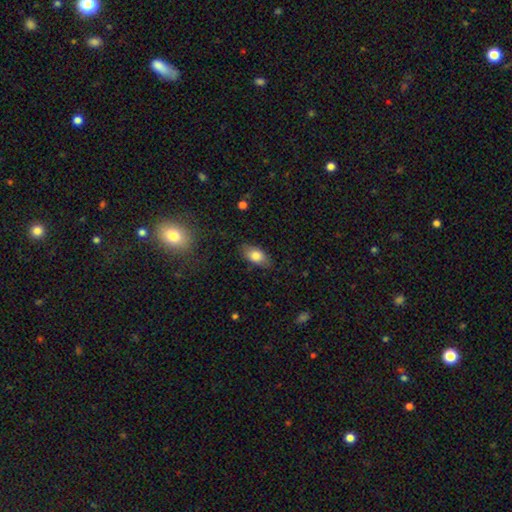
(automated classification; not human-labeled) Smooth or featured? smooth (79%)
How rounded? in between (89%)
Merging? none (81%)